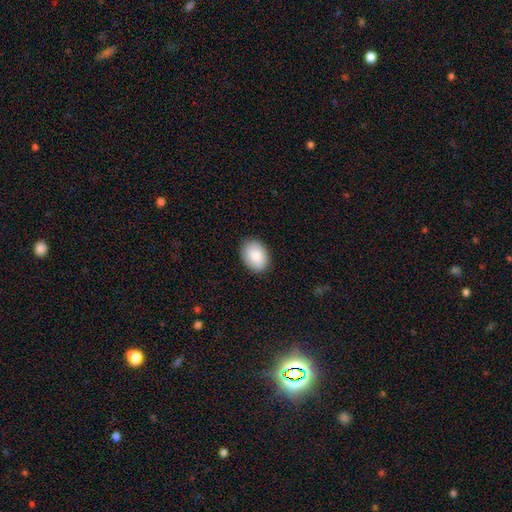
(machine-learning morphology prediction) Q: Smooth or featured?
A: smooth (89%); runner-up: star or artifact (6%)
Q: How rounded?
A: in between (81%); runner-up: round (18%)
Q: Merging?
A: none (88%); runner-up: minor disturbance (9%)